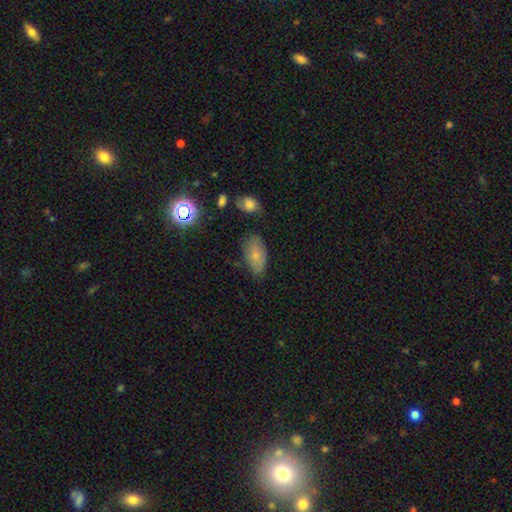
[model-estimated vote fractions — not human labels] smooth-or-featured: smooth: 73% | featured or disk: 16% | star or artifact: 11%
  how-rounded: in between: 92% | round: 5% | cigar-shaped: 3%
  merging: none: 71% | minor disturbance: 21% | major disturbance: 5% | merger: 3%